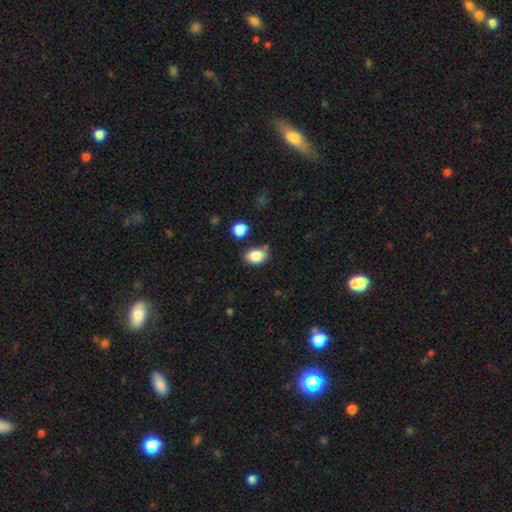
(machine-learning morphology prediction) This appears to be a smooth galaxy with no disk features (86%) that is in between round and cigar-shaped (78%). Merging: none (71%).